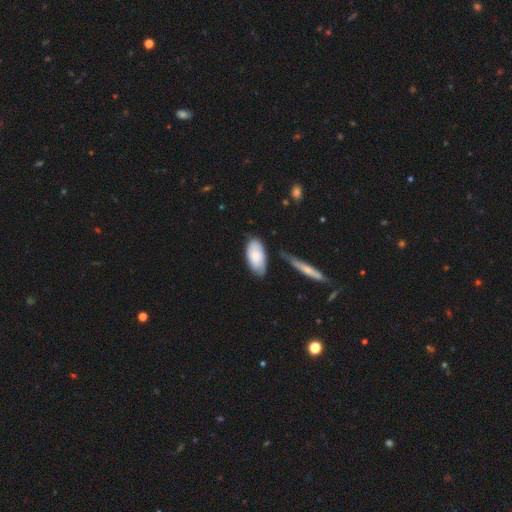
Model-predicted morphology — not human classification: Smooth or featured? smooth (73%)
How rounded? in between (92%)
Merging? none (66%)